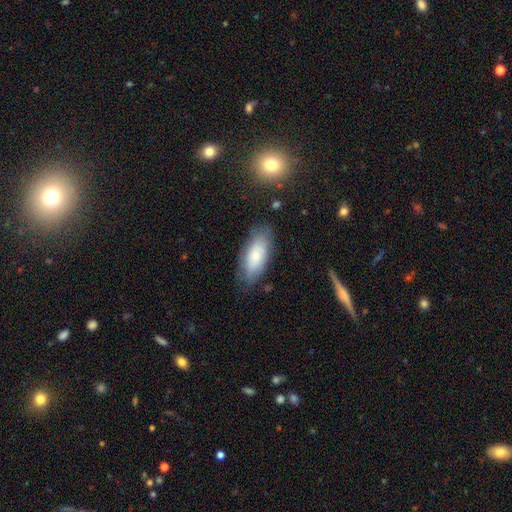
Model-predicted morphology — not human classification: Q: Smooth or featured?
A: smooth (68%); runner-up: featured or disk (25%)
Q: How rounded?
A: in between (85%); runner-up: cigar-shaped (13%)
Q: Merging?
A: none (75%); runner-up: minor disturbance (18%)